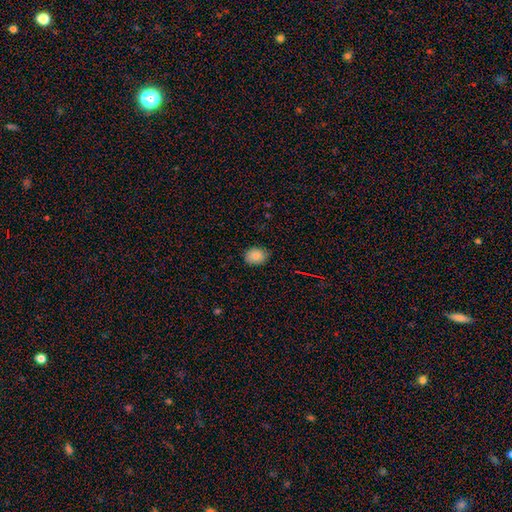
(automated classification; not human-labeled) The model was most divided on "how rounded": in between: 52%, round: 47%, cigar-shaped: 1%. More confident: smooth or featured — smooth (84%); merging — none (82%).